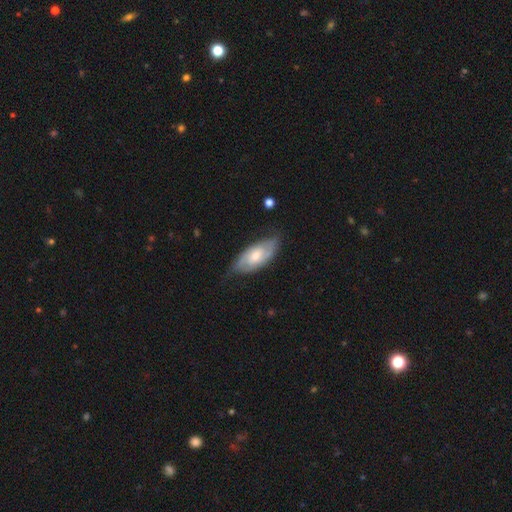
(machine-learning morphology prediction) Q: Smooth or featured?
A: featured or disk (60%); runner-up: smooth (34%)
Q: Edge-on disk?
A: no (89%); runner-up: yes (11%)
Q: Bar?
A: no (60%); runner-up: weak (34%)
Q: Spiral arms?
A: yes (84%); runner-up: no (16%)
Q: Bulge size?
A: moderate (59%); runner-up: small (33%)
Q: Merging?
A: none (69%); runner-up: minor disturbance (24%)